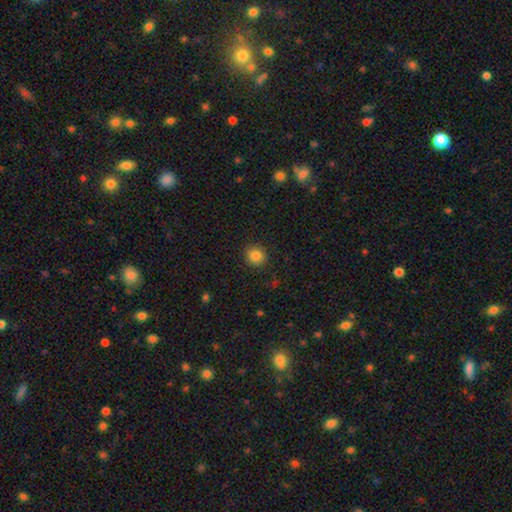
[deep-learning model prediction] This appears to be a smooth galaxy with no disk features (84%) that is round (90%). Merging: none (89%).